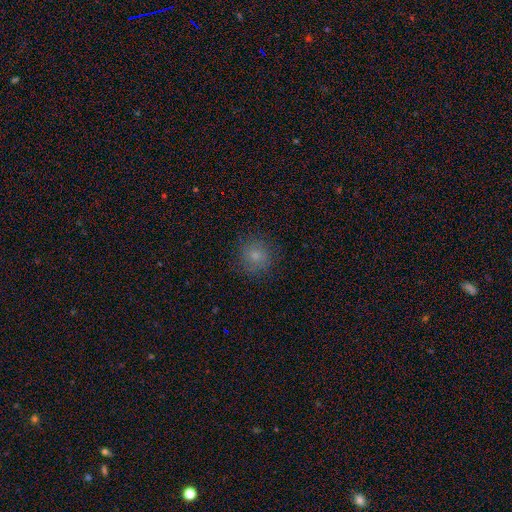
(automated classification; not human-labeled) Morphology: type=smooth (77%); roundness=round (91%); merging=none (84%).